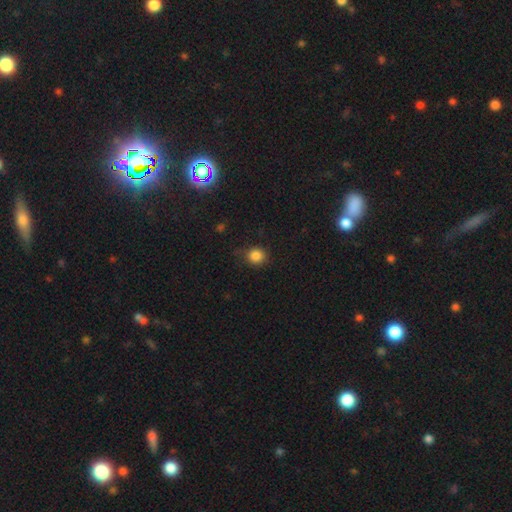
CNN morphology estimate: Overall: smooth (84%). How rounded: round (86%). Merging: none (77%).